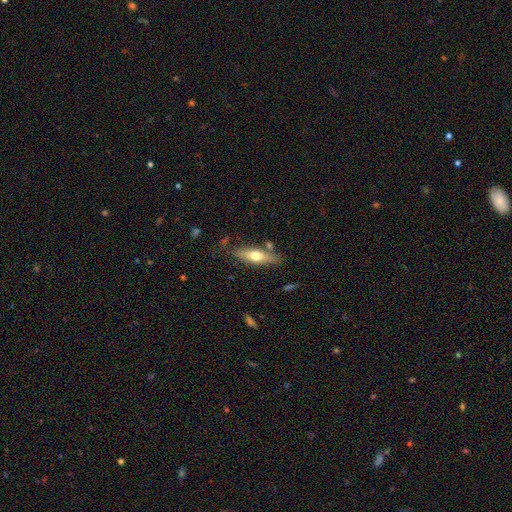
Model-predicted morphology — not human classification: smooth_or_featured: smooth (p=0.50) [alt: featured or disk p=0.44]
how_rounded: cigar-shaped (p=0.60) [alt: in between p=0.38]
merging: none (p=0.76) [alt: minor disturbance p=0.14]